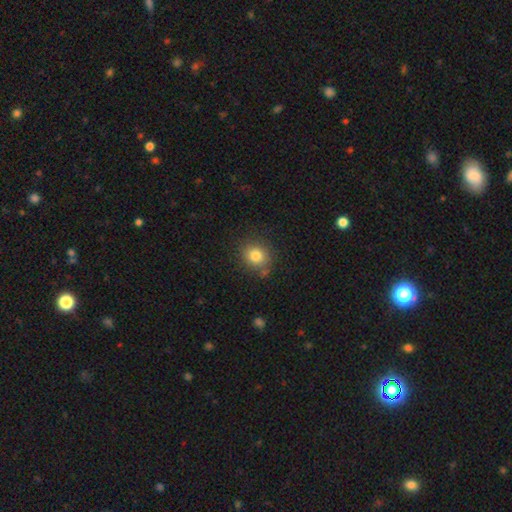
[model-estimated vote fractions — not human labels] Smooth or featured? Predicted: smooth (p=0.81). How rounded? Predicted: round (p=0.76). Merging? Predicted: none (p=0.80).